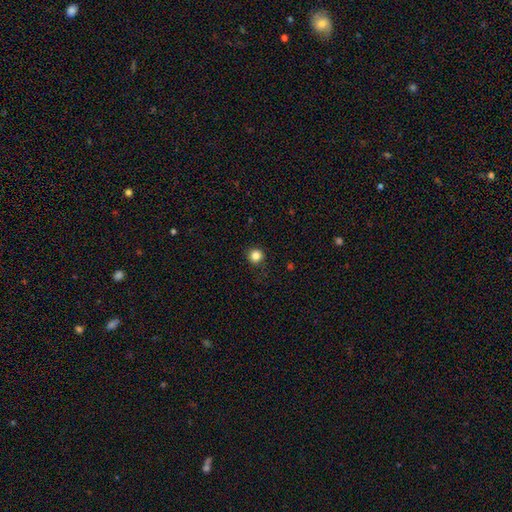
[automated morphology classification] type=smooth (84%); roundness=round (93%); merging=none (88%).